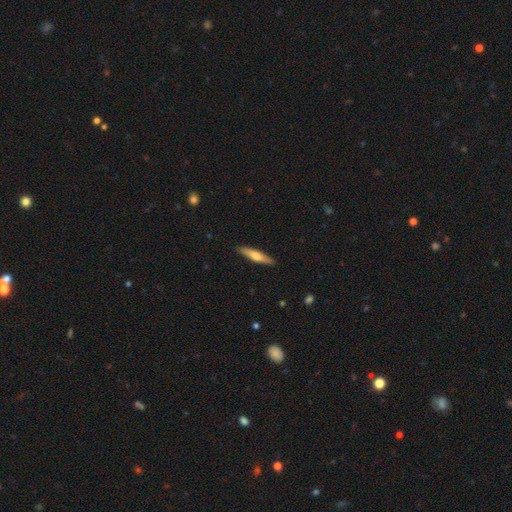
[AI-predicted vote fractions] This appears to be a smooth galaxy with no disk features (53%) that is cigar-shaped (86%). Merging: none (89%).